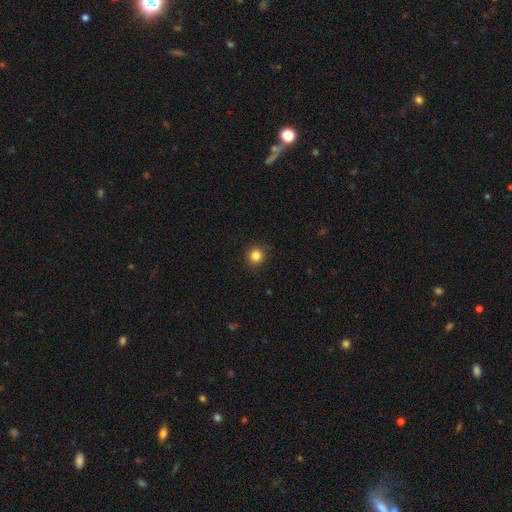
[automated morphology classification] This appears to be a smooth galaxy with no disk features (85%) that is round (93%). Merging: none (90%).